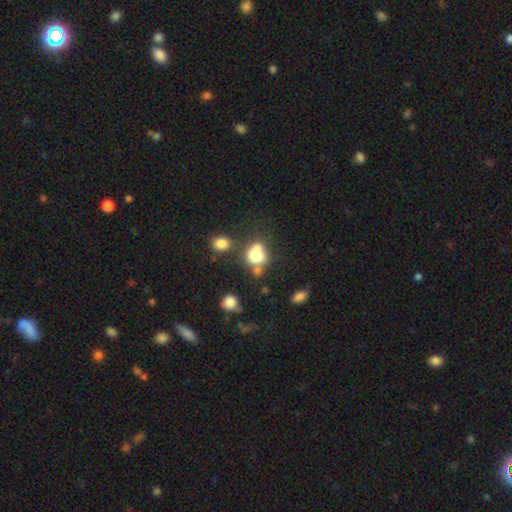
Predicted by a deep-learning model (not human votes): This is likely a smooth galaxy (71%). How rounded: likely round (63%). Merging: marginally merger (42%).